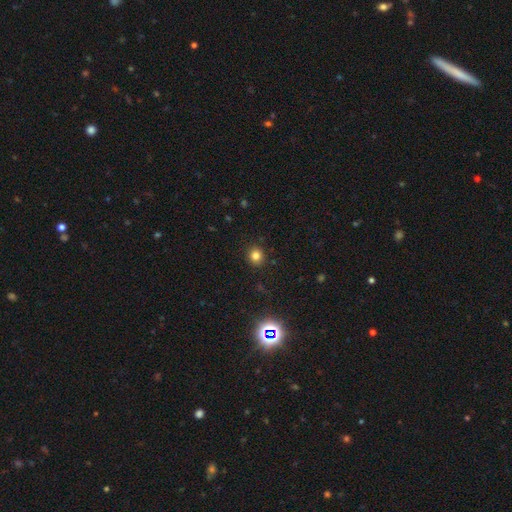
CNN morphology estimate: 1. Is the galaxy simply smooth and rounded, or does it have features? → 79% smooth, 15% star or artifact, 6% featured or disk.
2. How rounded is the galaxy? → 87% round, 12% in between, 1% cigar-shaped.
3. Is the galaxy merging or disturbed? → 91% none, 6% minor disturbance, 2% major disturbance, 1% merger.